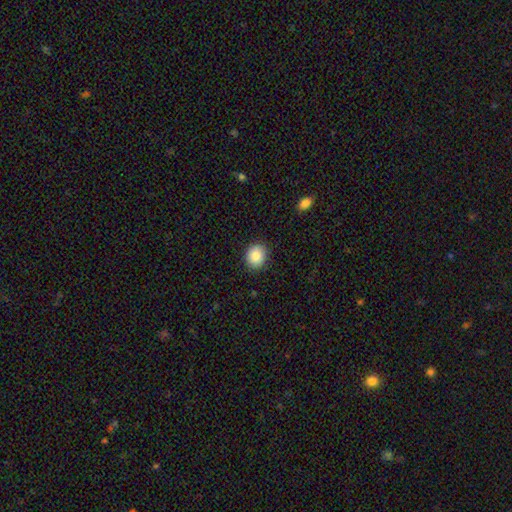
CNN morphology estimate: smooth-or-featured: smooth: 86% | star or artifact: 8% | featured or disk: 6%
  how-rounded: round: 69% | in between: 30% | cigar-shaped: 1%
  merging: none: 89% | minor disturbance: 8% | major disturbance: 2% | merger: 1%